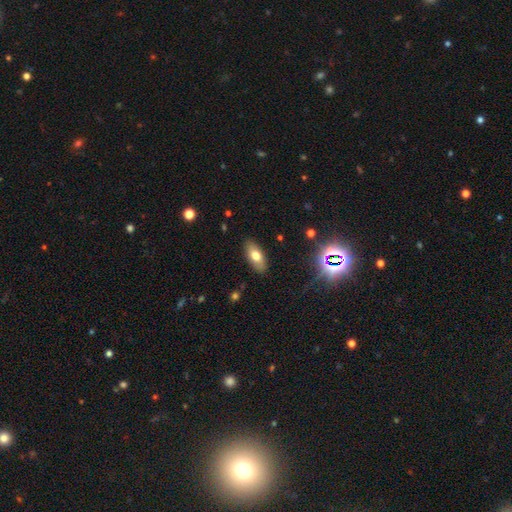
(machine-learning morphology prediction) This is likely a smooth galaxy (73%). How rounded: clearly in between (87%). Merging: clearly none (87%).